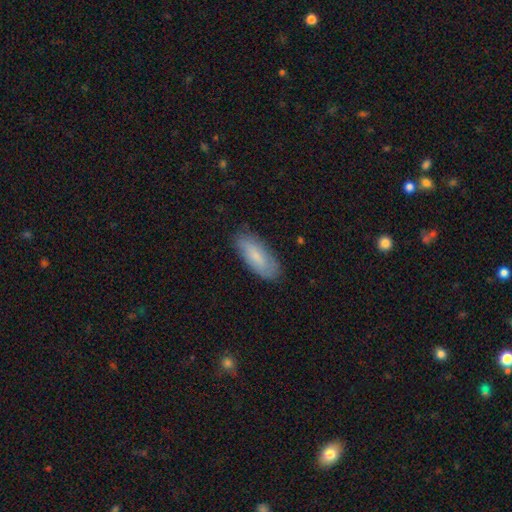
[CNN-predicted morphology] This appears to be a smooth galaxy with no disk features (73%) that is in between round and cigar-shaped (74%). Merging: none (82%).